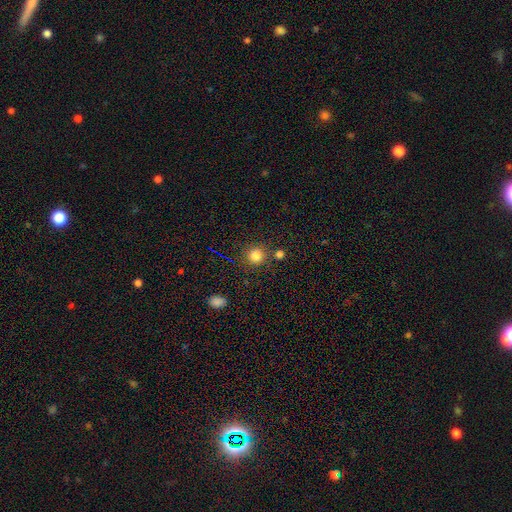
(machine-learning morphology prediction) This is clearly a smooth galaxy (81%). How rounded: clearly round (92%). Merging: clearly none (81%).